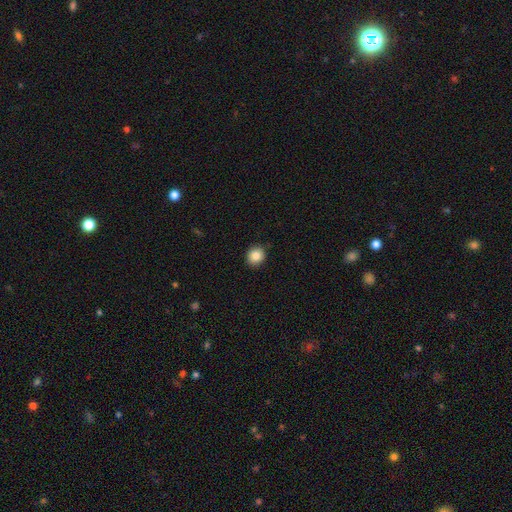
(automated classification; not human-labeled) Smooth or featured: smooth — 86% (star or artifact — 9%)
How rounded: round — 85% (in between — 14%)
Merging: none — 90% (minor disturbance — 7%)